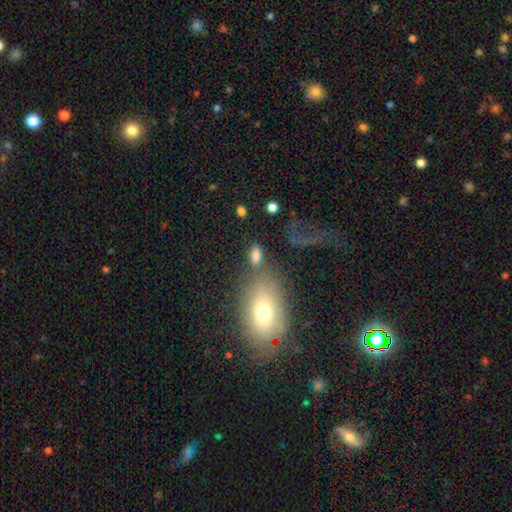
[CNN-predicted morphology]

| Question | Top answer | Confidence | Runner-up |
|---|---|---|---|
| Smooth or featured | smooth | 77% | featured or disk (12%) |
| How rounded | in between | 87% | round (9%) |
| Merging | none | 54% | merger (19%) |